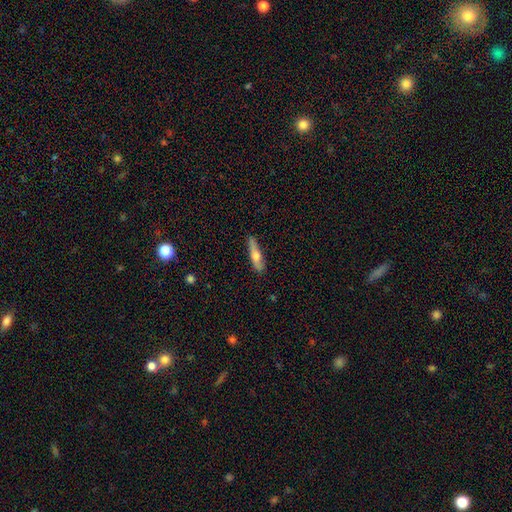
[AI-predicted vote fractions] Q: Smooth or featured?
A: smooth (59%); runner-up: featured or disk (35%)
Q: How rounded?
A: cigar-shaped (78%); runner-up: in between (20%)
Q: Merging?
A: none (75%); runner-up: minor disturbance (19%)